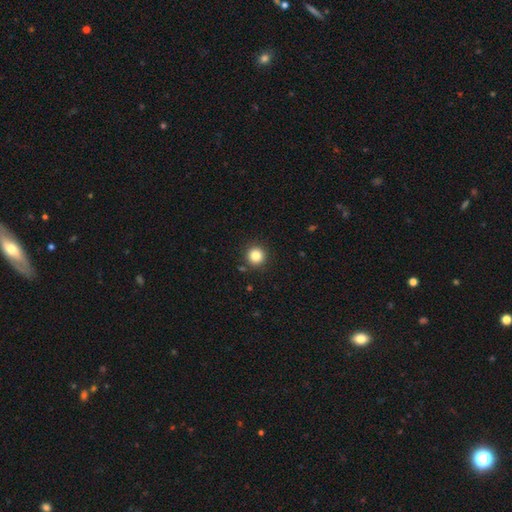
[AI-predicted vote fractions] The model was most divided on "smooth or featured": smooth: 84%, star or artifact: 11%, featured or disk: 5%. More confident: how rounded — round (95%); merging — none (91%).